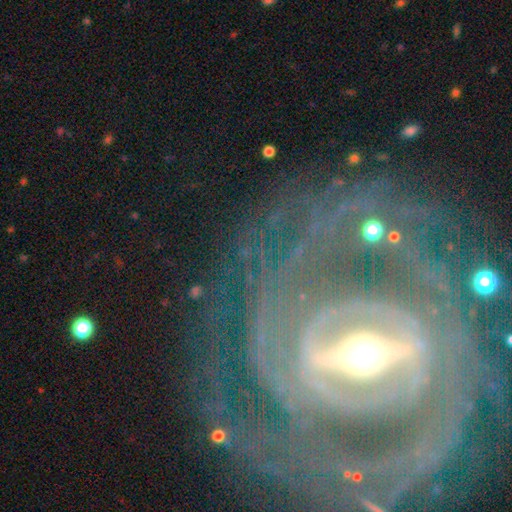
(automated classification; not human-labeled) Smooth or featured? featured or disk (90%)
Edge-on disk? no (90%)
Bar? strong (80%)
Spiral arms? yes (89%)
Spiral winding? tight (75%)
Spiral arm count? can't tell (31%)
Bulge size? moderate (61%)
Merging? none (72%)